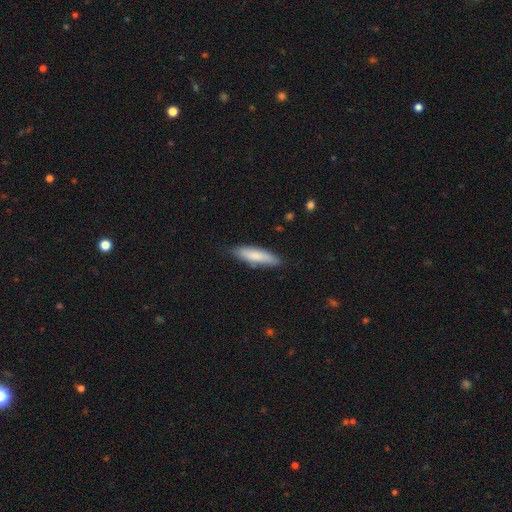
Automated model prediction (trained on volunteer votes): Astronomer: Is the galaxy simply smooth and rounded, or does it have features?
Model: smooth — 80%.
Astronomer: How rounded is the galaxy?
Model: cigar-shaped — 66%.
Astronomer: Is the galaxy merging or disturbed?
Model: none — 80%.